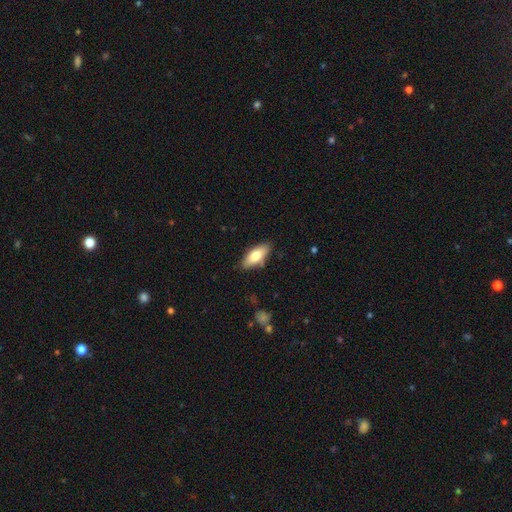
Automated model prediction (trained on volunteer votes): Smooth or featured: smooth — 74% (featured or disk — 20%)
How rounded: in between — 75% (cigar-shaped — 22%)
Merging: none — 82% (minor disturbance — 13%)